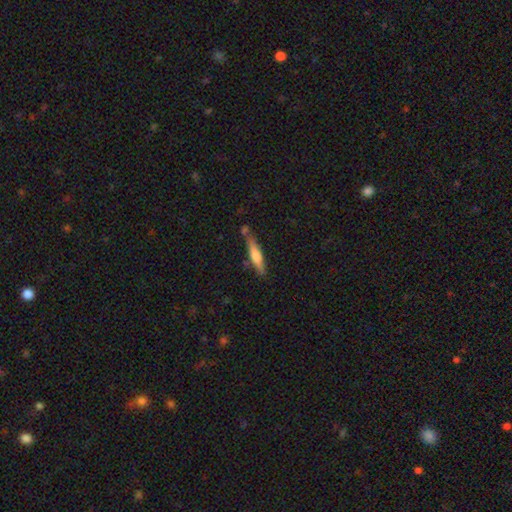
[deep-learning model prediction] smooth-or-featured: smooth: 57% | featured or disk: 37% | star or artifact: 6%
  how-rounded: cigar-shaped: 86% | in between: 13% | round: 2%
  merging: none: 71% | minor disturbance: 17% | merger: 9% | major disturbance: 4%